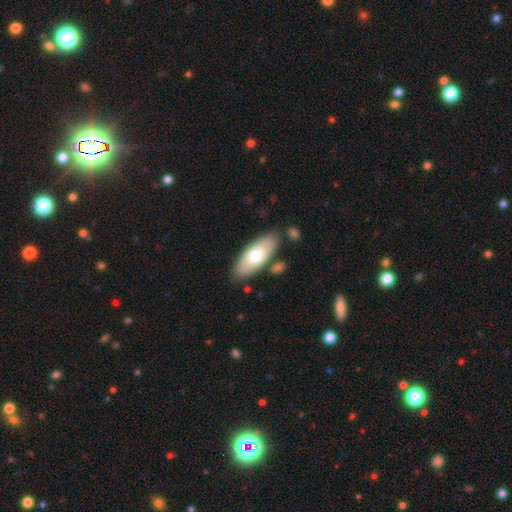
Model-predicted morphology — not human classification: This appears to be a smooth galaxy with no disk features (71%) that is in between round and cigar-shaped (76%). Merging: none (80%).